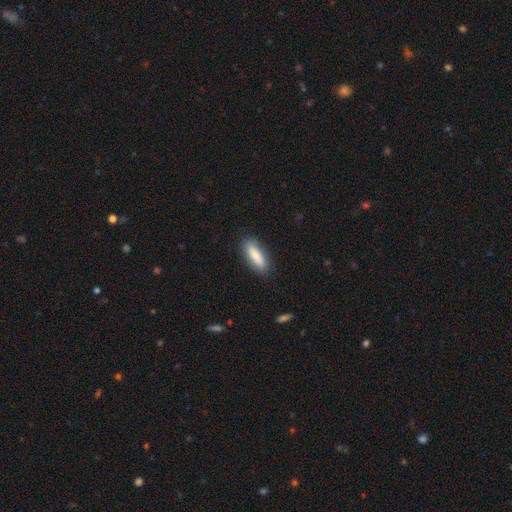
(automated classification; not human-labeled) smooth_or_featured: smooth (p=0.78) [alt: featured or disk p=0.15]
how_rounded: in between (p=0.57) [alt: cigar-shaped p=0.42]
merging: none (p=0.85) [alt: minor disturbance p=0.11]